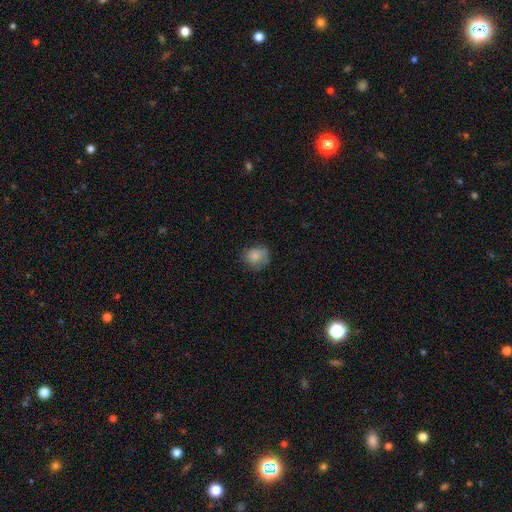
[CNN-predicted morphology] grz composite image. It shows a smooth galaxy with no disk features (80%) that is round (71%). Merging: none (64%).